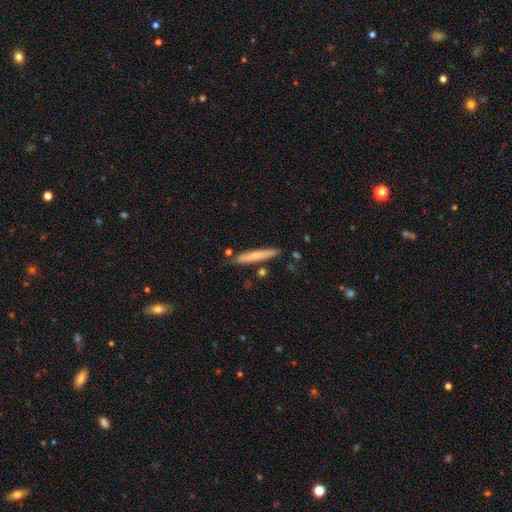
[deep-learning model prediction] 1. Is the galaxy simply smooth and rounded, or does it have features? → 64% smooth, 29% featured or disk, 6% star or artifact.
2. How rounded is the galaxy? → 94% cigar-shaped, 4% in between, 1% round.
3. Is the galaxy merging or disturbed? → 82% none, 12% minor disturbance, 4% merger, 2% major disturbance.